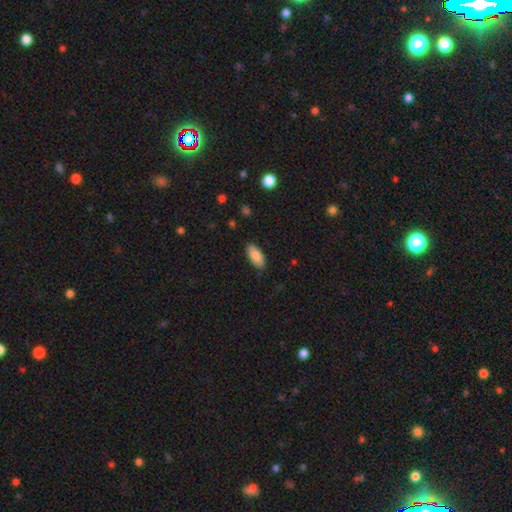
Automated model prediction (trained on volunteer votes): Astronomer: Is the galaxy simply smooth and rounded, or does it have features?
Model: smooth — 86%.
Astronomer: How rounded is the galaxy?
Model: in between — 90%.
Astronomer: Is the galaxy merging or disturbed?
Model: none — 86%.